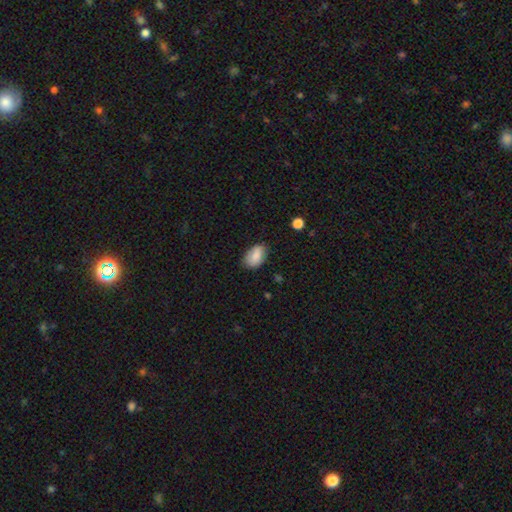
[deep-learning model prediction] Overall: smooth (85%). How rounded: in between (90%). Merging: none (73%).